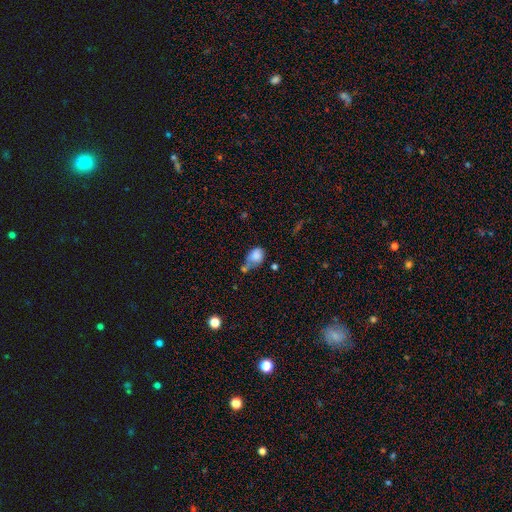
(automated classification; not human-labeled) Smooth or featured? Predicted: smooth (p=0.80). How rounded? Predicted: in between (p=0.58). Merging? Predicted: merger (p=0.33).